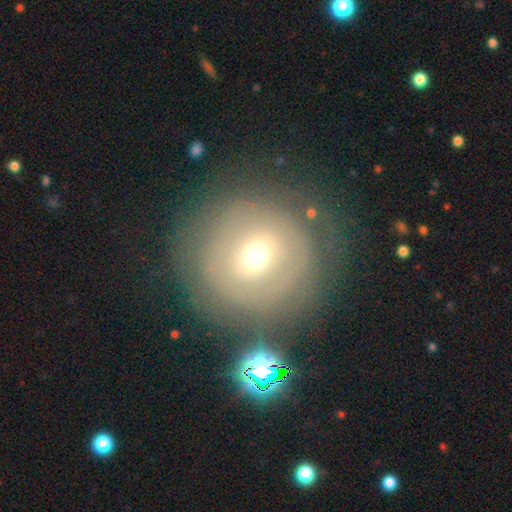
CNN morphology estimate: This appears to be a smooth galaxy with no disk features (45%). Merging: none (75%).